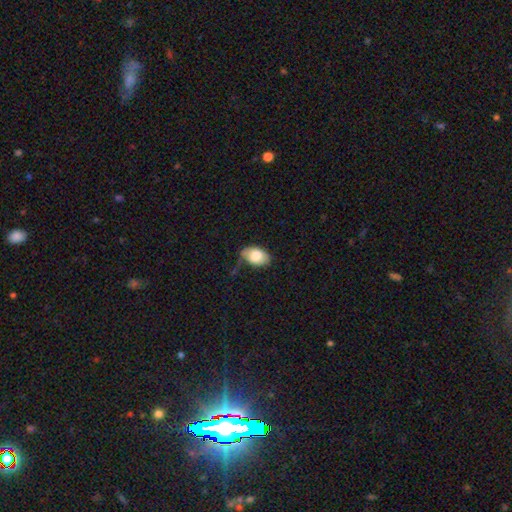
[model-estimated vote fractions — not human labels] smooth 76%, featured or disk 17%, star or artifact 7%. Down the decision tree: how rounded — in between (88%); merging — none (38%).